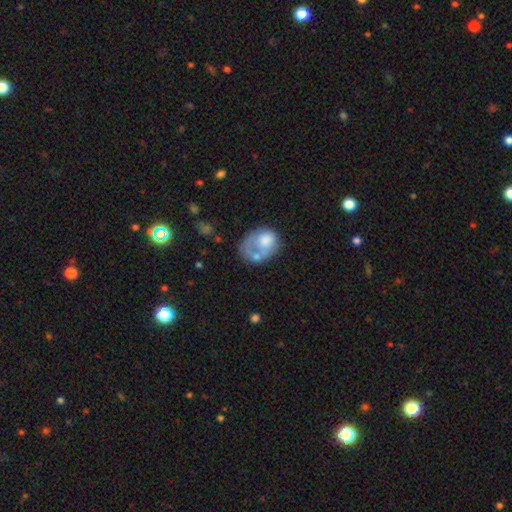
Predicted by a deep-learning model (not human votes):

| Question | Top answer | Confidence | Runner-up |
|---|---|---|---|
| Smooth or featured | smooth | 56% | featured or disk (36%) |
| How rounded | in between | 62% | round (37%) |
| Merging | none | 32% | major disturbance (27%) |